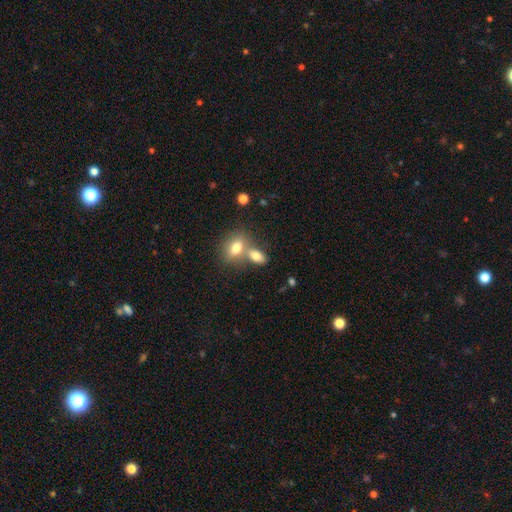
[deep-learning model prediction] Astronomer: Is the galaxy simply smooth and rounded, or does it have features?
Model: smooth — 77%.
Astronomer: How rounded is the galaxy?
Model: in between — 84%.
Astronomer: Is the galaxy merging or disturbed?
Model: merger — 52% (runner-up: none, 35%).